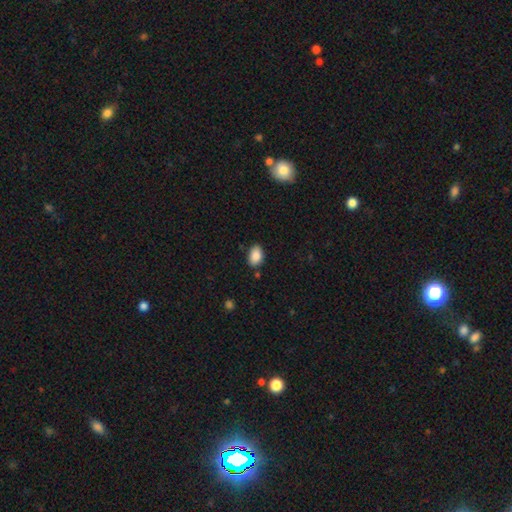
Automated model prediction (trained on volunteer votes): Q: Smooth or featured?
A: smooth (87%); runner-up: star or artifact (8%)
Q: How rounded?
A: in between (86%); runner-up: round (13%)
Q: Merging?
A: none (83%); runner-up: minor disturbance (12%)